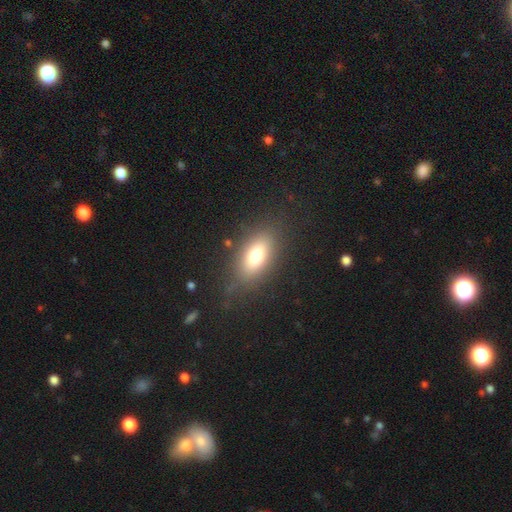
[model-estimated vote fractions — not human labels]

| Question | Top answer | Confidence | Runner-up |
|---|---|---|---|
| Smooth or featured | smooth | 73% | featured or disk (17%) |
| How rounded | in between | 84% | cigar-shaped (8%) |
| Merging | none | 78% | minor disturbance (14%) |